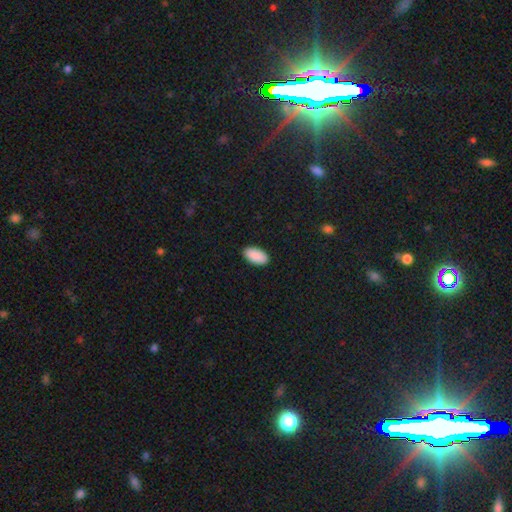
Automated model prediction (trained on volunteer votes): smooth_or_featured: smooth (p=0.91) [alt: star or artifact p=0.06]
how_rounded: in between (p=0.96) [alt: round p=0.02]
merging: none (p=0.90) [alt: minor disturbance p=0.07]